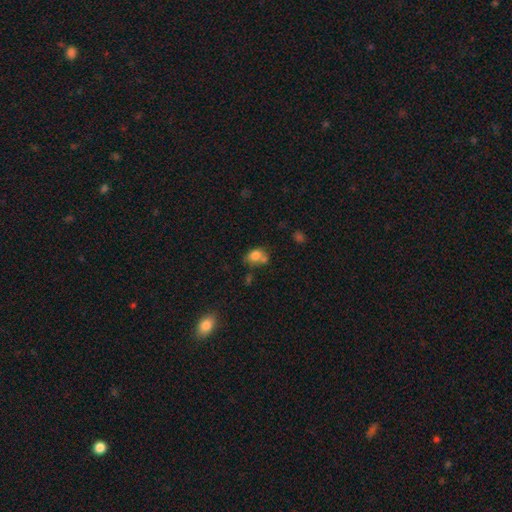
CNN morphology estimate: smooth-or-featured: smooth: 78% | featured or disk: 12% | star or artifact: 11%
  how-rounded: in between: 60% | round: 39% | cigar-shaped: 1%
  merging: none: 42% | merger: 31% | minor disturbance: 19% | major disturbance: 8%